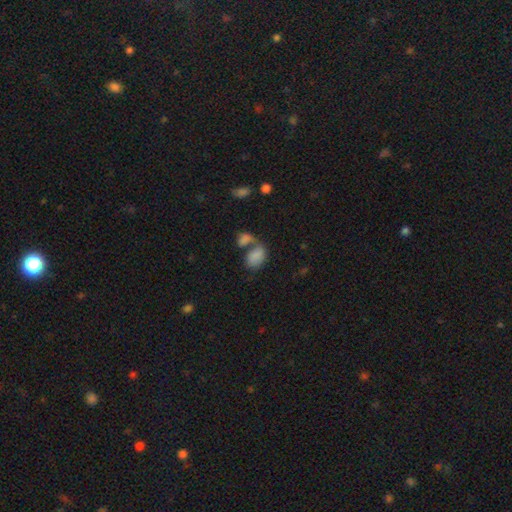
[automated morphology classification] smooth-or-featured: smooth: 82% | featured or disk: 10% | star or artifact: 8%
  how-rounded: in between: 85% | round: 14% | cigar-shaped: 1%
  merging: merger: 57% | none: 25% | minor disturbance: 10% | major disturbance: 8%